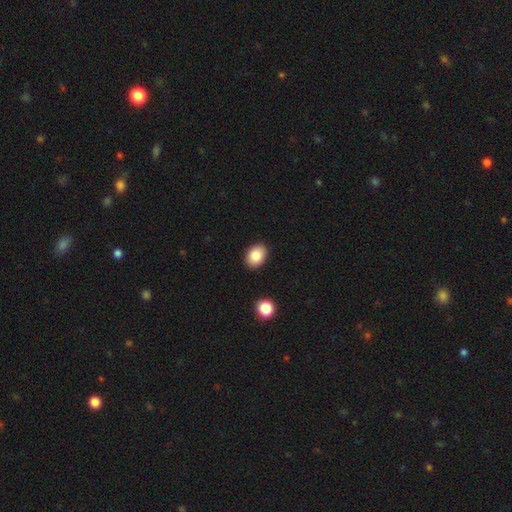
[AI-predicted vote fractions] This is clearly a smooth galaxy (85%). How rounded: likely in between (75%). Merging: clearly none (89%).